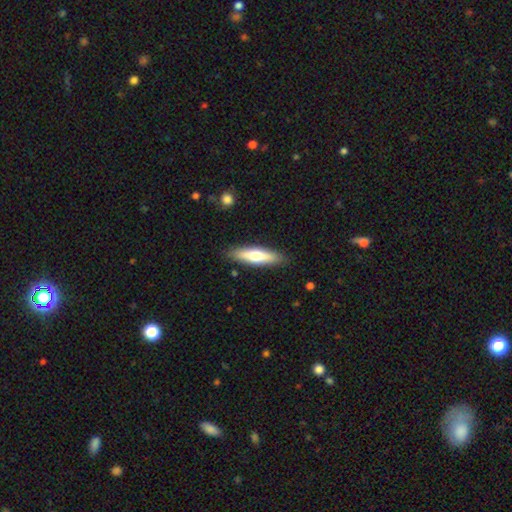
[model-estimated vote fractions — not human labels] The model was most divided on "smooth or featured": smooth: 56%, featured or disk: 38%, star or artifact: 5%. More confident: merging — none (88%); how rounded — cigar-shaped (67%).